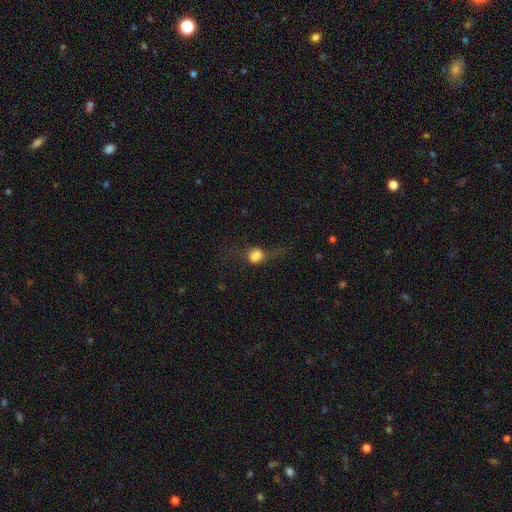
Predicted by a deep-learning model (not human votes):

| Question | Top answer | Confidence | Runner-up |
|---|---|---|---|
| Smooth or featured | smooth | 63% | featured or disk (25%) |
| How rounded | round | 52% | in between (43%) |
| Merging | major disturbance | 37% | none (36%) |